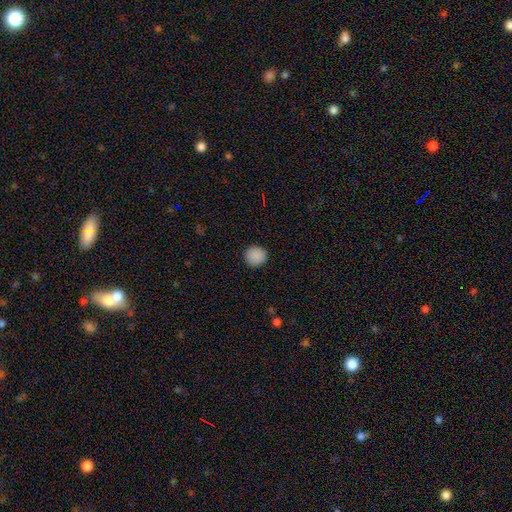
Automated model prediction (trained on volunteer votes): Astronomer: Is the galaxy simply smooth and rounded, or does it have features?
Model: smooth — 89%.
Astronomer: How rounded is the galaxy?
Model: round — 93%.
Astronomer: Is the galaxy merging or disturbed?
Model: none — 91%.